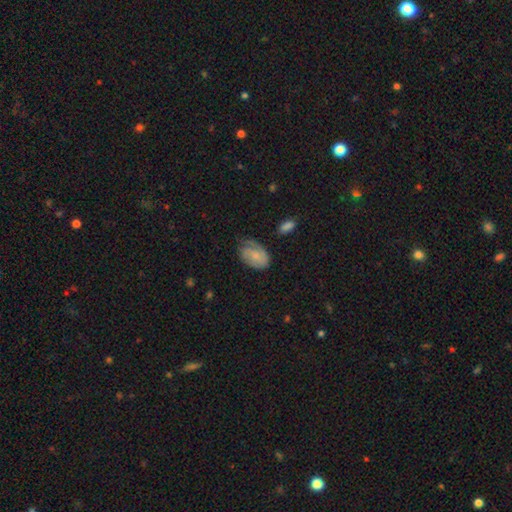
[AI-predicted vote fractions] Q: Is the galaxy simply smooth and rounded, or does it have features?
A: smooth — 49%.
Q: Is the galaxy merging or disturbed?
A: none — 51%.